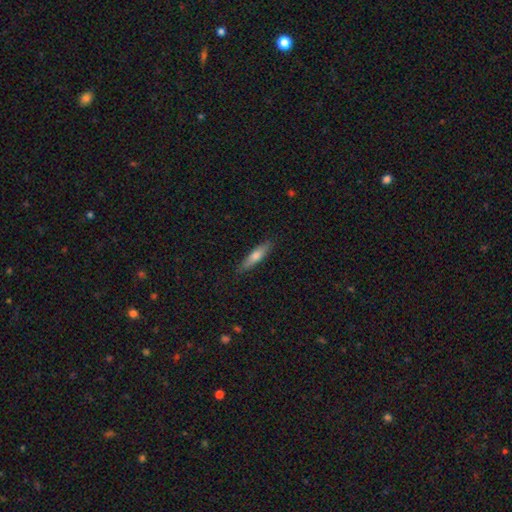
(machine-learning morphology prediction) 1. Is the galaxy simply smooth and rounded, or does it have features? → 64% smooth, 30% featured or disk, 6% star or artifact.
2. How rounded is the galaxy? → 81% cigar-shaped, 18% in between, 2% round.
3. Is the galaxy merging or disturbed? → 88% none, 9% minor disturbance, 2% major disturbance, 1% merger.